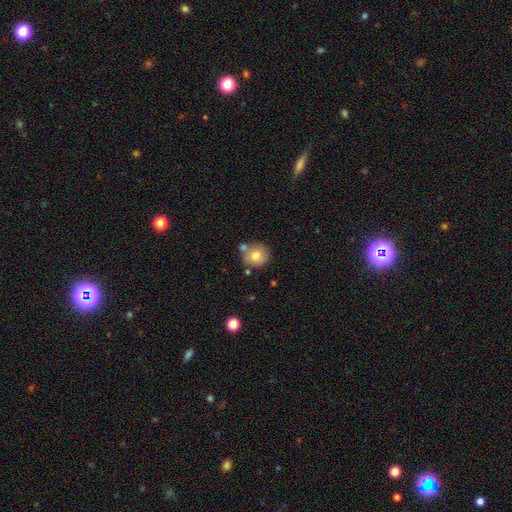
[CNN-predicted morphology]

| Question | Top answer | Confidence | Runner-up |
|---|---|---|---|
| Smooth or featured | smooth | 77% | featured or disk (14%) |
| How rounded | round | 90% | in between (10%) |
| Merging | none | 63% | merger (21%) |